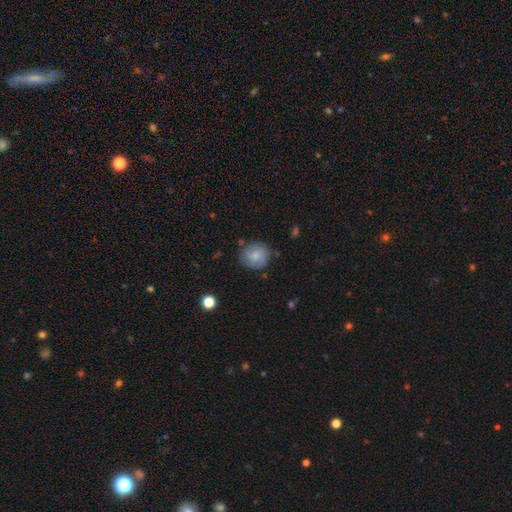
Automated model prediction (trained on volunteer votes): Smooth or featured? smooth (53%)
How rounded? round (84%)
Merging? none (77%)